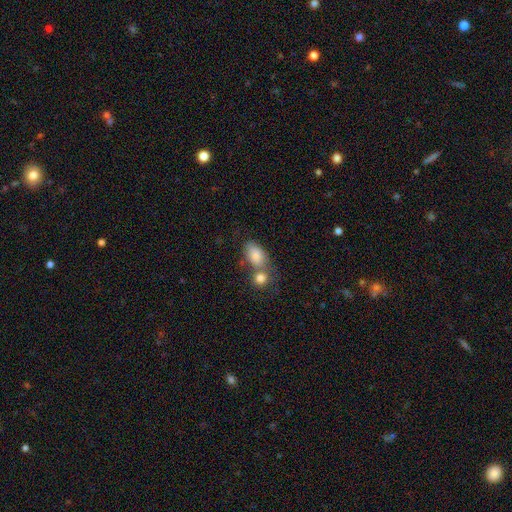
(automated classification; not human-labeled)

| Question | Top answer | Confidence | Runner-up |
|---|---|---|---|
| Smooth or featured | smooth | 80% | featured or disk (10%) |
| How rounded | in between | 84% | round (13%) |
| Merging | merger | 42% | none (41%) |